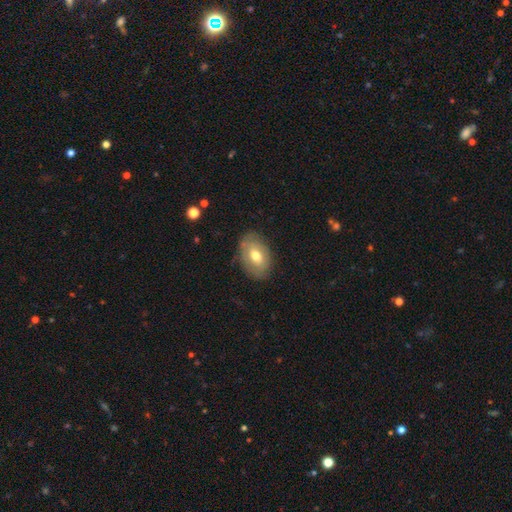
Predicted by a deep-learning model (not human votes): Smooth or featured: smooth — 57% (featured or disk — 36%)
How rounded: in between — 87% (round — 12%)
Merging: none — 77% (minor disturbance — 18%)